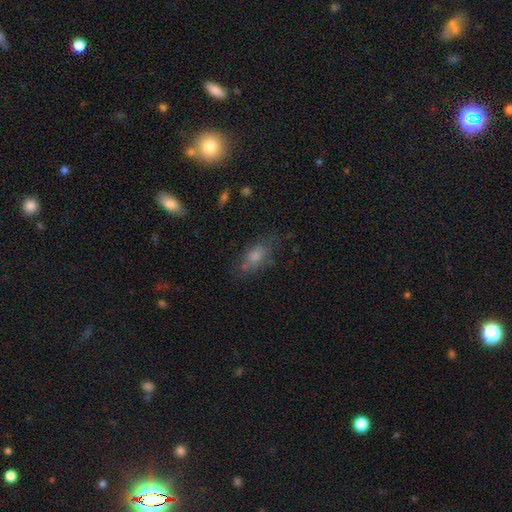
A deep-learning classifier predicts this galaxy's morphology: A smooth galaxy with no disk features (58%) that is in between round and cigar-shaped (78%).

Vote fractions:
- Smooth or featured? smooth: 58% / featured or disk: 25% / star or artifact: 17%
- How rounded? in between: 78% / cigar-shaped: 11% / round: 10%
- Merging? none: 64% / minor disturbance: 21% / major disturbance: 11% / merger: 4%